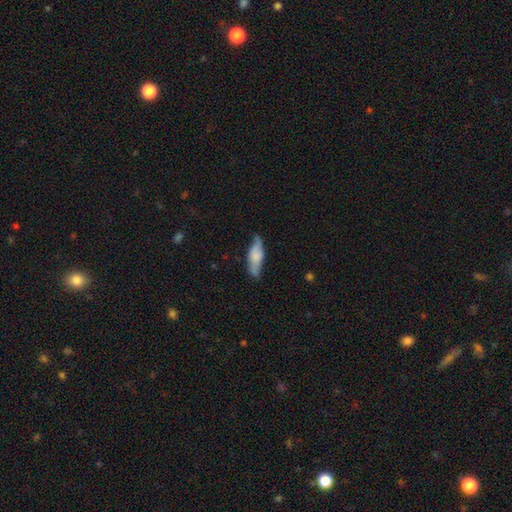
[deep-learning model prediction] A smooth galaxy with no disk features (59%) that is in between round and cigar-shaped (59%).

Vote fractions:
- Smooth or featured? smooth: 59% / featured or disk: 35% / star or artifact: 6%
- How rounded? in between: 59% / cigar-shaped: 39% / round: 2%
- Merging? none: 65% / minor disturbance: 27% / major disturbance: 6% / merger: 2%